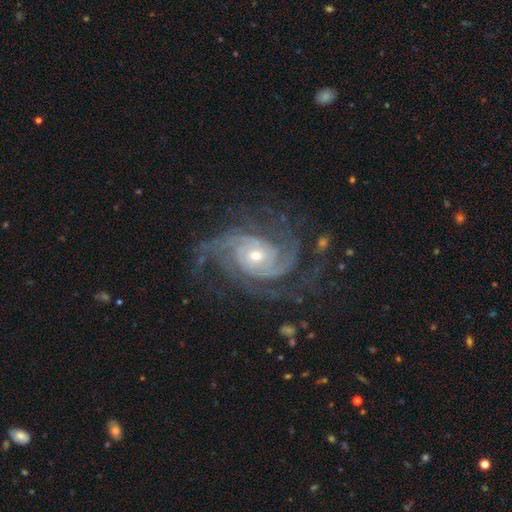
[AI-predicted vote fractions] This appears to be a featured or disk galaxy (92%) with no bar (67%), 2 (37%) tight (51%) spiral arms (98%) and a moderate central bulge (52%). Merging: none (69%).